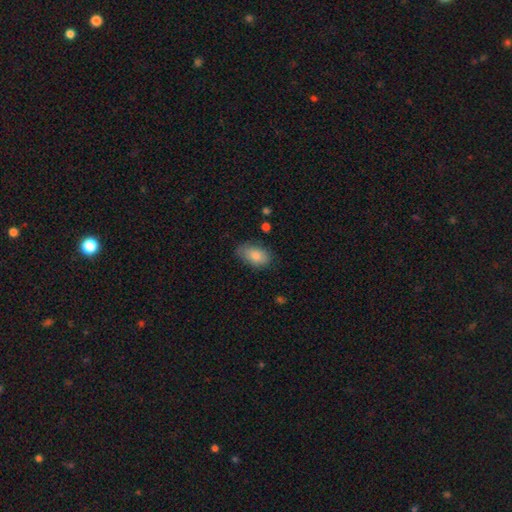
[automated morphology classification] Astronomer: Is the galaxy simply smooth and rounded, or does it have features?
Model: smooth — 84%.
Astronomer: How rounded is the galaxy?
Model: in between — 92%.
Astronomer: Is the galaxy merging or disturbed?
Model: none — 72%.